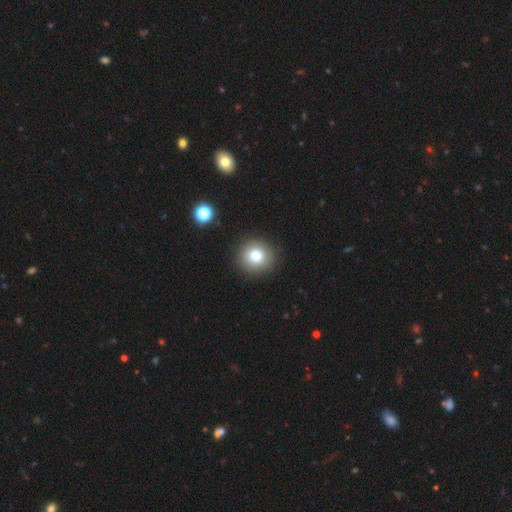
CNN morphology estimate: The model was most divided on "smooth or featured": smooth: 77%, star or artifact: 12%, featured or disk: 11%. More confident: how rounded — round (91%); merging — none (89%).